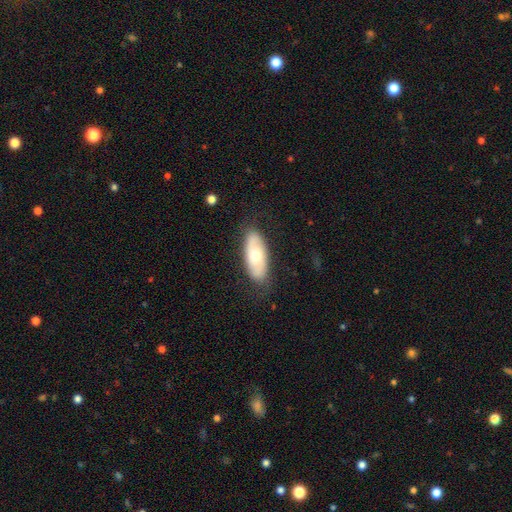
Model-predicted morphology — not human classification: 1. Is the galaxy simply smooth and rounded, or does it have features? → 55% smooth, 39% featured or disk, 6% star or artifact.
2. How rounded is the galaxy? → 83% in between, 15% cigar-shaped, 3% round.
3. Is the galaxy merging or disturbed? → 80% none, 15% minor disturbance, 4% major disturbance, 1% merger.